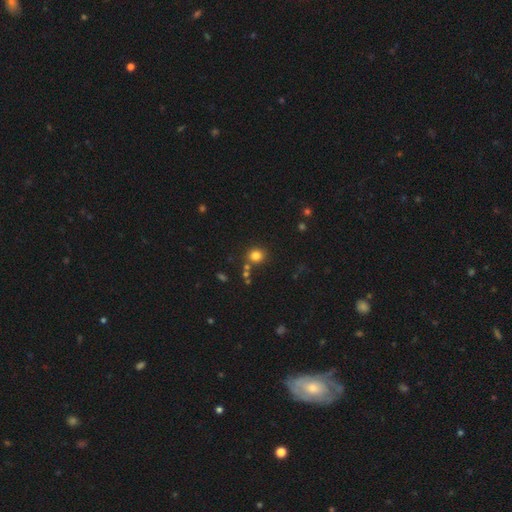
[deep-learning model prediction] Smooth or featured?
  - smooth: 80% *
  - star or artifact: 14%
  - featured or disk: 6%
How rounded?
  - round: 83% *
  - in between: 16%
  - cigar-shaped: 1%
Merging?
  - none: 77% *
  - minor disturbance: 10%
  - merger: 9%
  - major disturbance: 4%